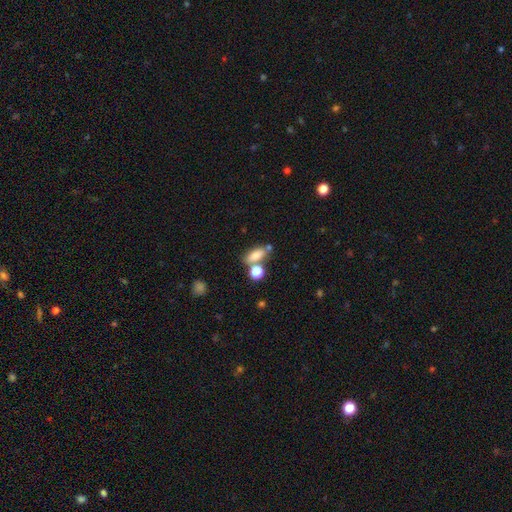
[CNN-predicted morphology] smooth_or_featured: smooth (p=0.75) [alt: featured or disk p=0.14]
how_rounded: in between (p=0.71) [alt: cigar-shaped p=0.17]
merging: none (p=0.58) [alt: merger p=0.23]